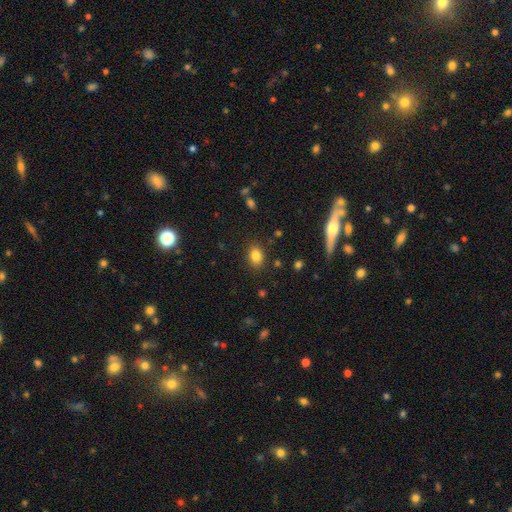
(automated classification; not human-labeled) A smooth galaxy with no disk features (83%) that is in between round and cigar-shaped (73%). Merging: none (85%).